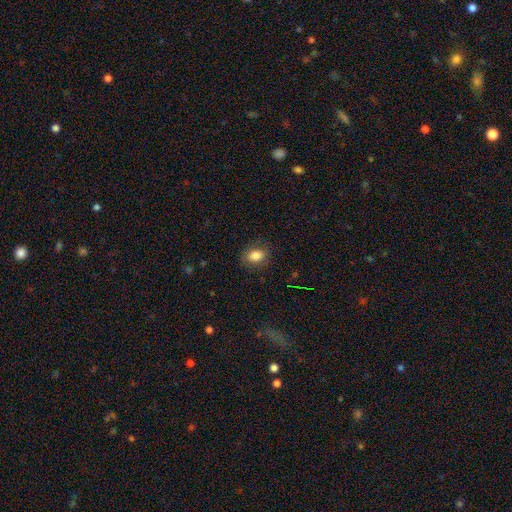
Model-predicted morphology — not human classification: smooth 83%, star or artifact 9%, featured or disk 9%. Down the decision tree: how rounded — in between (76%); merging — none (82%).